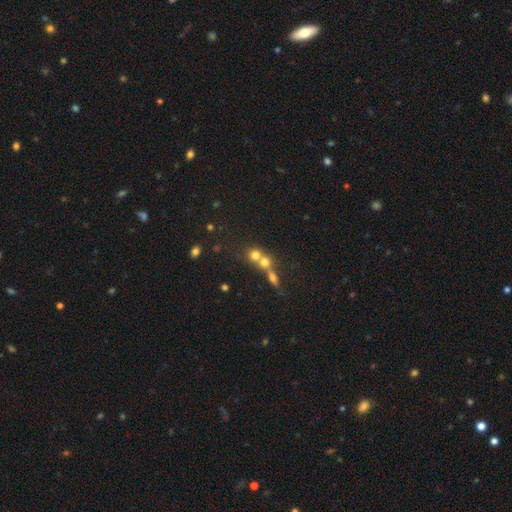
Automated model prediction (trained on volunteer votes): smooth_or_featured: smooth (p=0.67) [alt: featured or disk p=0.17]
how_rounded: round (p=0.81) [alt: in between p=0.17]
merging: merger (p=0.58) [alt: none p=0.33]